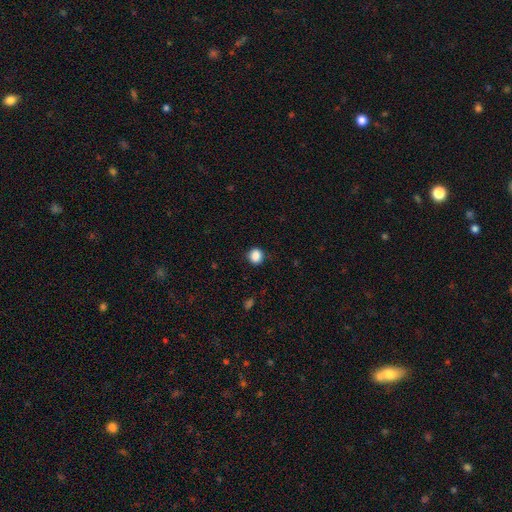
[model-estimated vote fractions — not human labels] Overall: smooth (88%). How rounded: round (79%). Merging: none (87%).